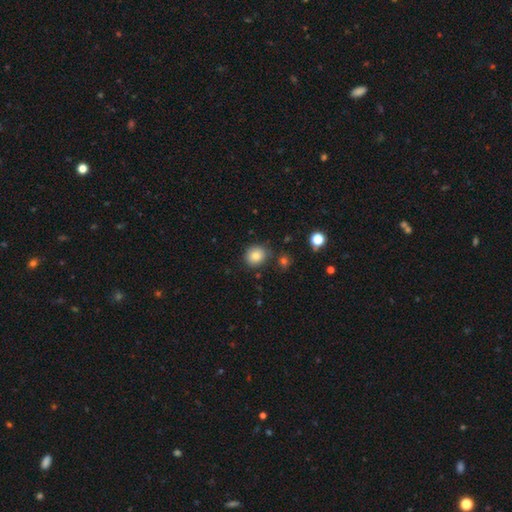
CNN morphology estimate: type=smooth (83%); roundness=round (81%); merging=none (82%).